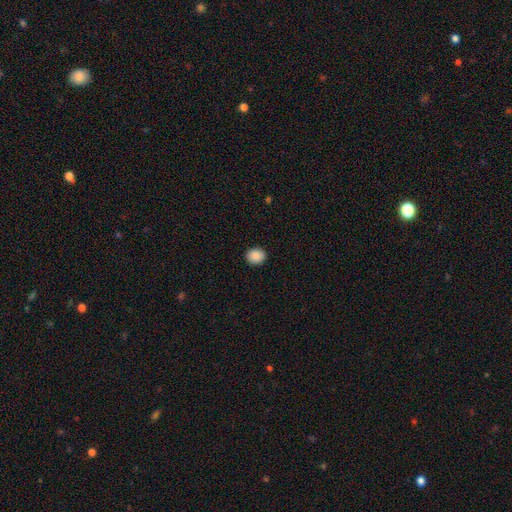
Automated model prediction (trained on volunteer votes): smooth-or-featured: smooth: 89% | star or artifact: 8% | featured or disk: 3%
  how-rounded: round: 65% | in between: 34% | cigar-shaped: 1%
  merging: none: 91% | minor disturbance: 6% | major disturbance: 2% | merger: 1%